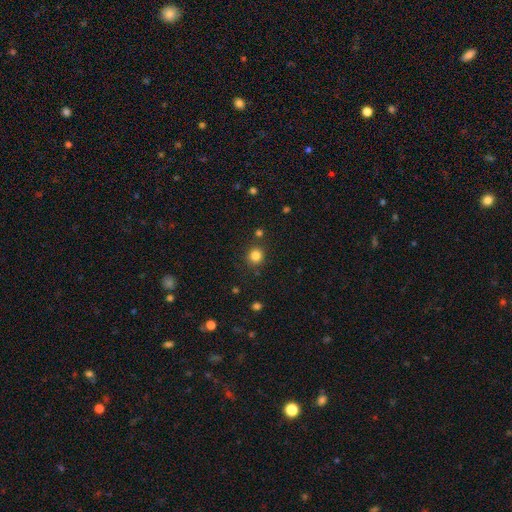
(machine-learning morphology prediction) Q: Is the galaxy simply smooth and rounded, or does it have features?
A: smooth — 82%.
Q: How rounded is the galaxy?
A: round — 90%.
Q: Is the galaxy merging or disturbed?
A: none — 86%.